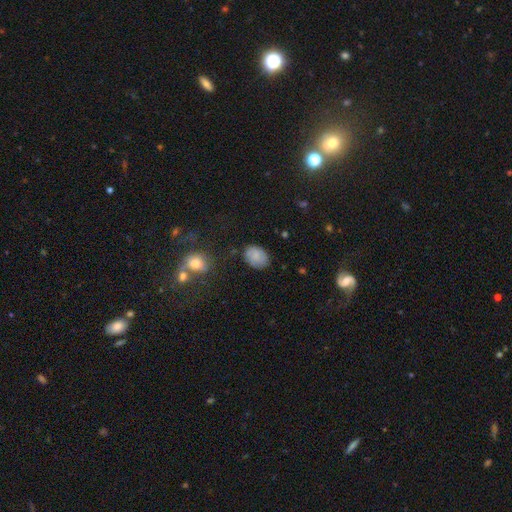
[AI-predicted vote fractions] smooth 80%, featured or disk 12%, star or artifact 9%. Down the decision tree: how rounded — in between (68%); merging — none (77%).